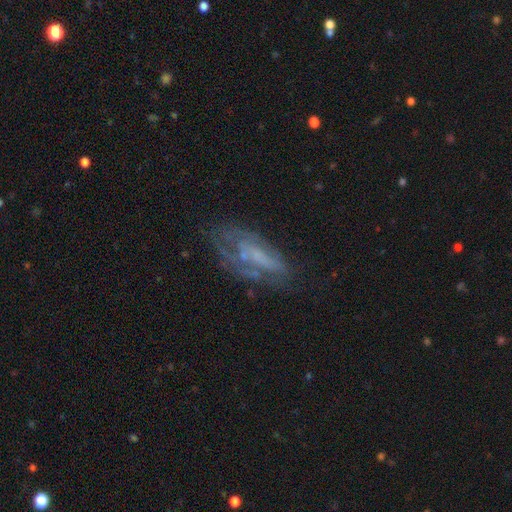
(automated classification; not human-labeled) Smooth or featured? Predicted: featured or disk (p=0.57). Edge-on disk? Predicted: no (p=0.87). Merging? Predicted: none (p=0.50).